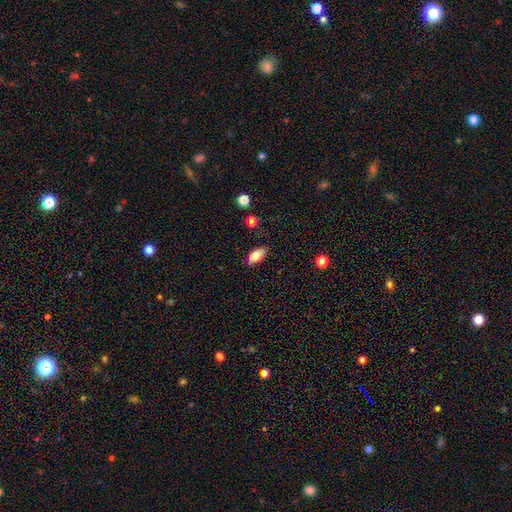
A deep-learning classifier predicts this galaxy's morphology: type=smooth (76%); roundness=in between (89%); merging=none (81%).